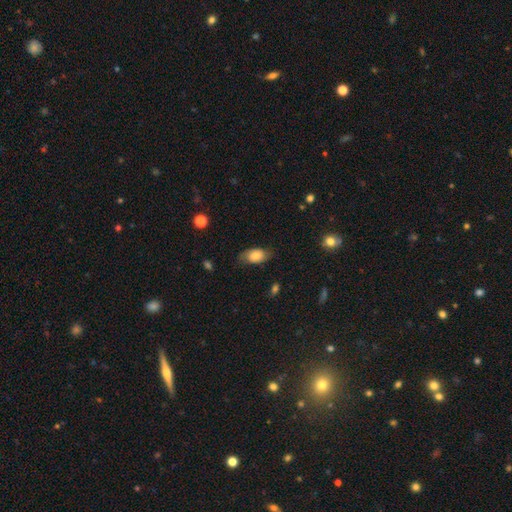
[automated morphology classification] The model was most divided on "merging": none: 68%, minor disturbance: 23%, major disturbance: 7%, merger: 1%. More confident: how rounded — in between (89%); smooth or featured — smooth (75%).